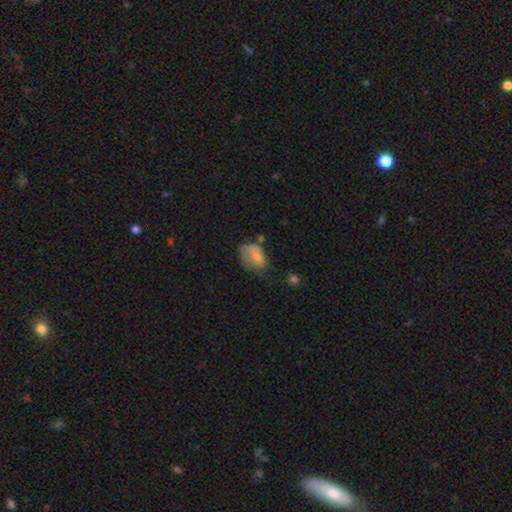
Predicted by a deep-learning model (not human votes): smooth_or_featured: smooth (p=0.65) [alt: featured or disk p=0.26]
how_rounded: in between (p=0.82) [alt: round p=0.17]
merging: minor disturbance (p=0.34) [alt: none p=0.31]